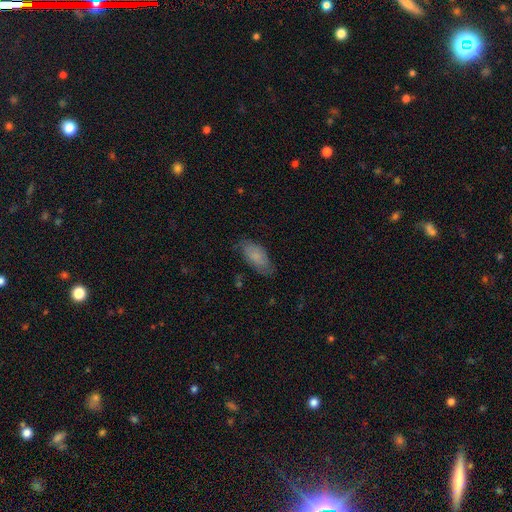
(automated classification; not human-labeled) A smooth galaxy with no disk features (71%) that is in between round and cigar-shaped (89%). Merging: none (73%).